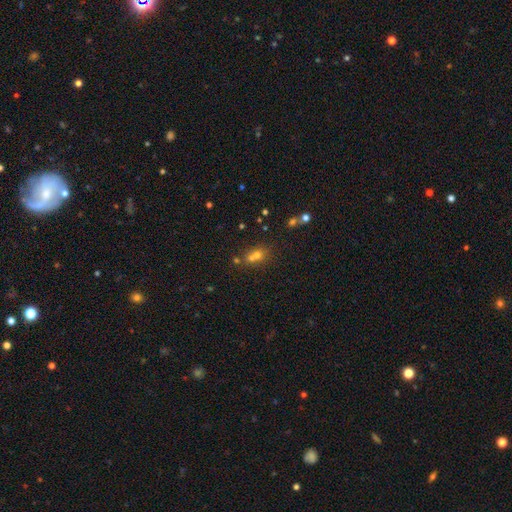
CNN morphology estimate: A smooth galaxy with no disk features (58%) that is round (69%).

Vote fractions:
- Smooth or featured? smooth: 58% / star or artifact: 25% / featured or disk: 17%
- How rounded? round: 69% / in between: 29% / cigar-shaped: 2%
- Merging? merger: 51% / none: 38% / minor disturbance: 7% / major disturbance: 3%